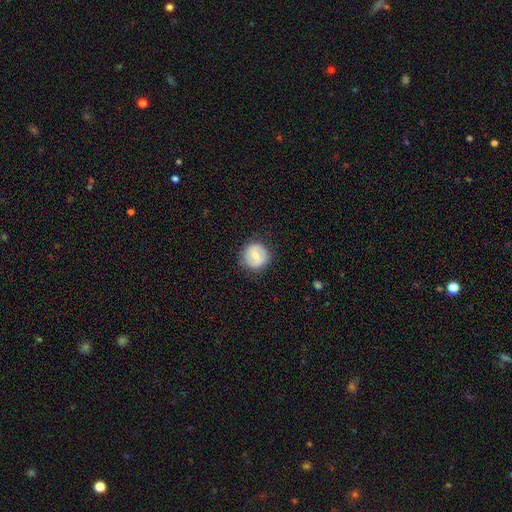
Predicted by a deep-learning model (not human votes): Smooth or featured? smooth (57%)
How rounded? round (91%)
Merging? none (85%)